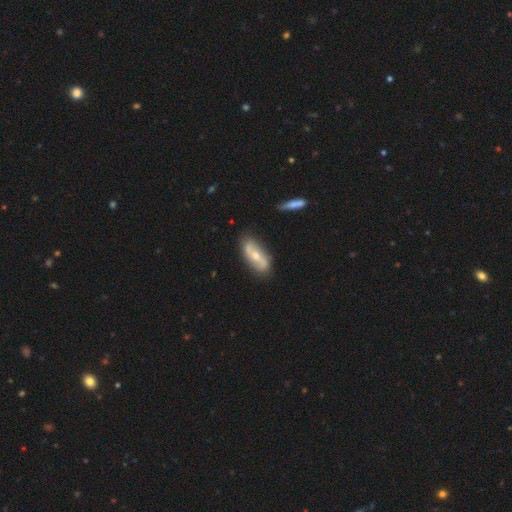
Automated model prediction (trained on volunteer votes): This is likely a featured or disk galaxy (65%). It is clearly not viewed edge-on (82%). Bar: marginally no (37%). Spiral arm pattern: likely yes (78%). Central bulge: possibly moderate (53%). Merging: likely none (78%).